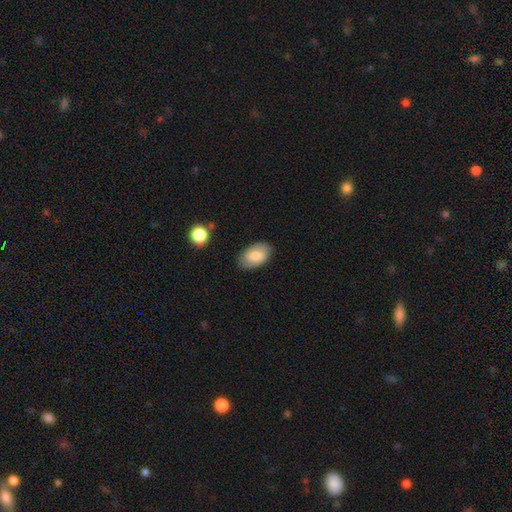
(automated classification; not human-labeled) The model was most divided on "smooth or featured": smooth: 73%, featured or disk: 20%, star or artifact: 7%. More confident: how rounded — in between (93%); merging — none (82%).